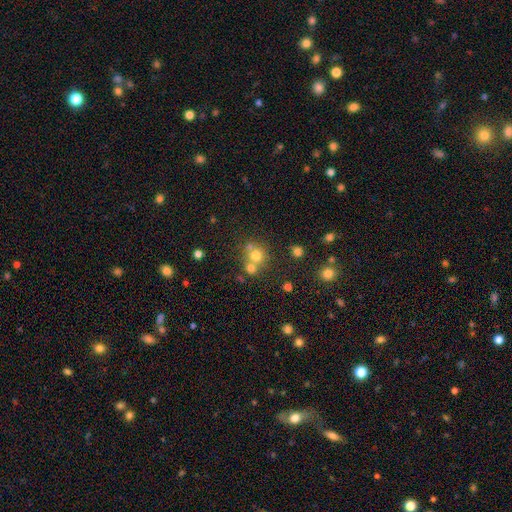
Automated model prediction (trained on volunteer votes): smooth_or_featured: smooth (p=0.69) [alt: star or artifact p=0.17]
how_rounded: round (p=0.86) [alt: in between p=0.13]
merging: none (p=0.50) [alt: merger p=0.38]